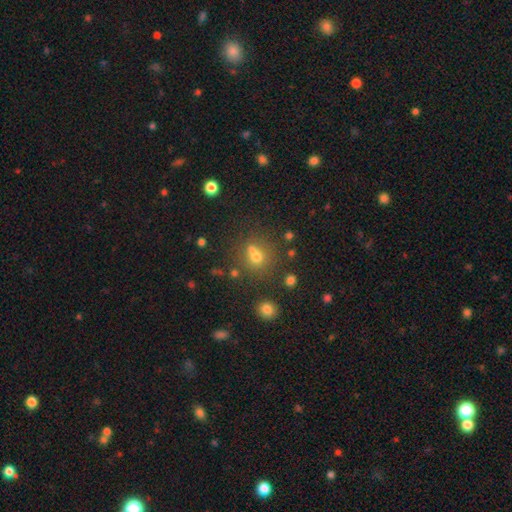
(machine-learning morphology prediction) A smooth galaxy with no disk features (61%) that is round (78%).

Vote fractions:
- Smooth or featured? smooth: 61% / star or artifact: 23% / featured or disk: 16%
- How rounded? round: 78% / in between: 21% / cigar-shaped: 1%
- Merging? none: 50% / merger: 35% / minor disturbance: 10% / major disturbance: 5%